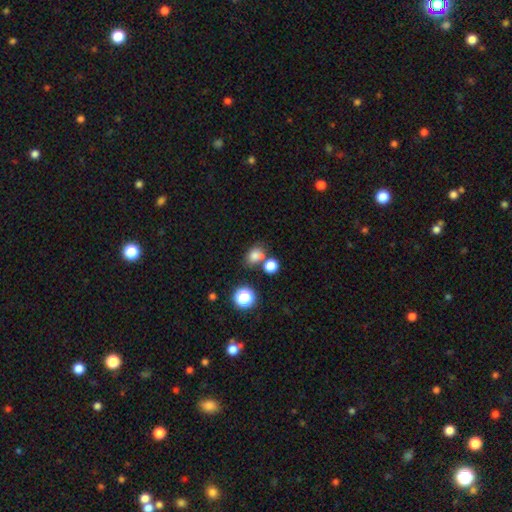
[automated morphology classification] type=smooth (75%); roundness=in between (53%); merging=none (54%).